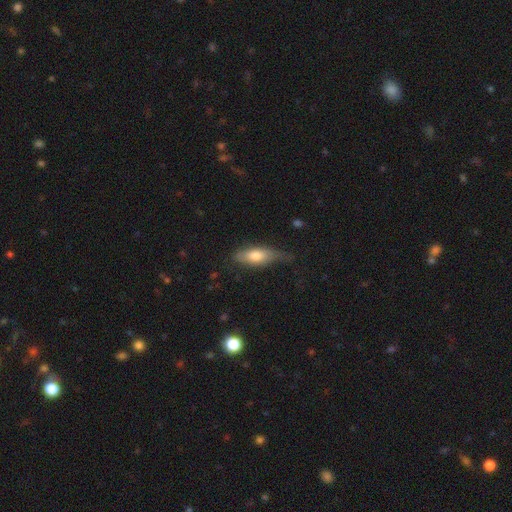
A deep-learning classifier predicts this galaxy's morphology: Smooth or featured? Predicted: smooth (p=0.69). How rounded? Predicted: in between (p=0.66). Merging? Predicted: none (p=0.51).